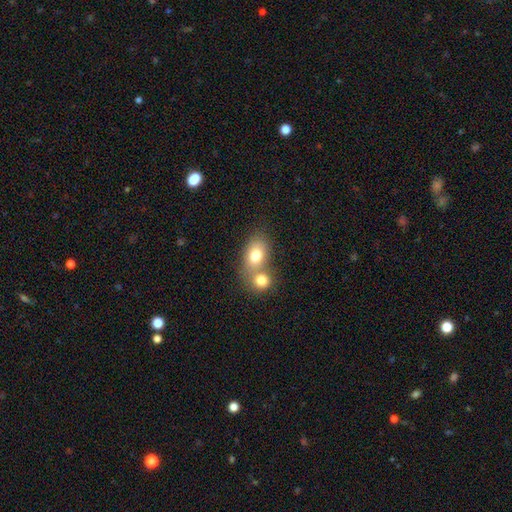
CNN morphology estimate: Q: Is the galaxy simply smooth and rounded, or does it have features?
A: smooth — 75%.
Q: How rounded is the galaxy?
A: in between — 66%.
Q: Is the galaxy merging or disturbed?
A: merger — 56%.